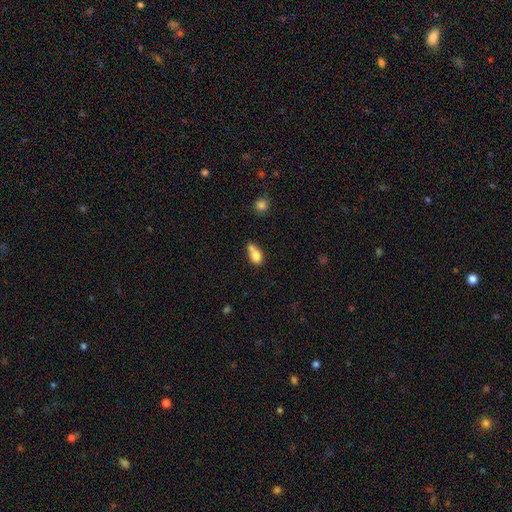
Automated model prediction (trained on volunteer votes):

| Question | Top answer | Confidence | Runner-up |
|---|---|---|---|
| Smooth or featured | smooth | 76% | featured or disk (14%) |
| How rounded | in between | 64% | round (32%) |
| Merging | merger | 45% | none (30%) |